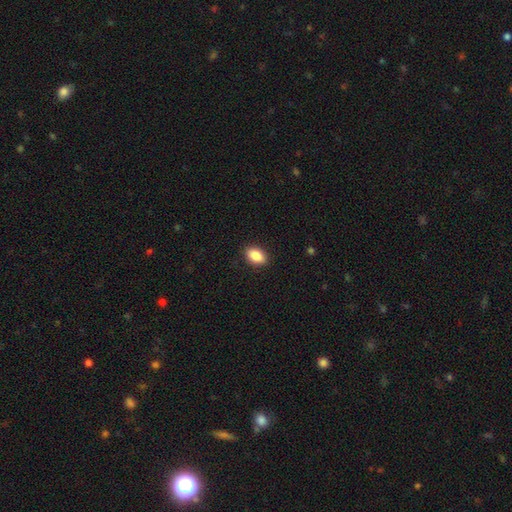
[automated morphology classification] This appears to be a smooth galaxy with no disk features (88%) that is in between round and cigar-shaped (89%). Merging: none (90%).